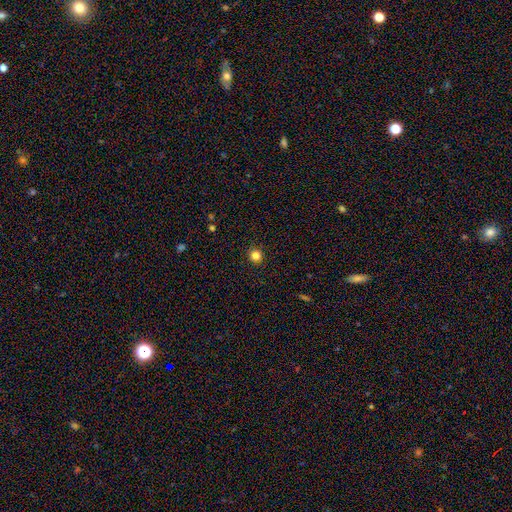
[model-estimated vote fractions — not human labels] Smooth or featured?
  - smooth: 83% *
  - star or artifact: 13%
  - featured or disk: 4%
How rounded?
  - round: 95% *
  - in between: 4%
  - cigar-shaped: 1%
Merging?
  - none: 93% *
  - minor disturbance: 5%
  - major disturbance: 2%
  - merger: 1%